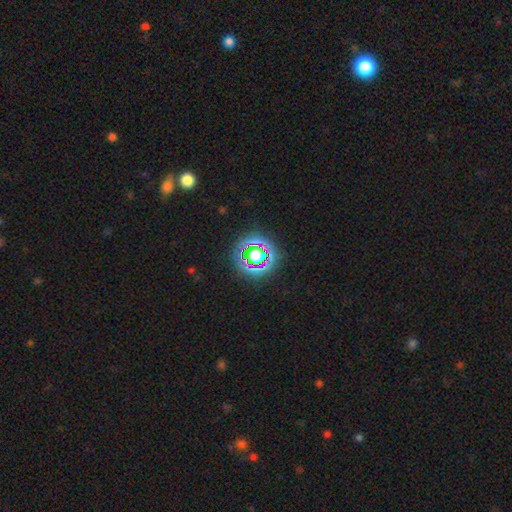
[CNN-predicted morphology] A star or artifact, not a galaxy (54%).